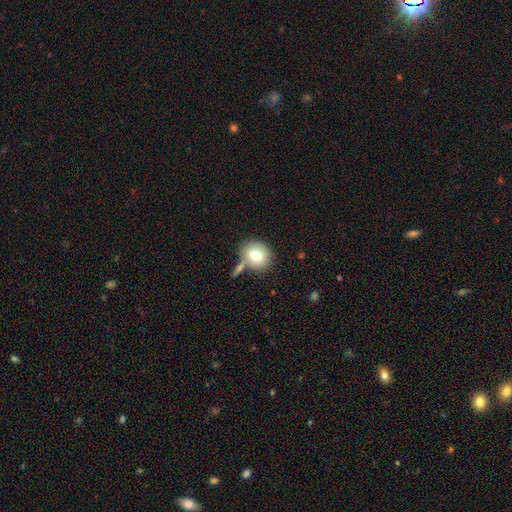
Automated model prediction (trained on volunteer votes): smooth 76%, featured or disk 15%, star or artifact 9%. Down the decision tree: how rounded — round (67%); merging — none (62%).